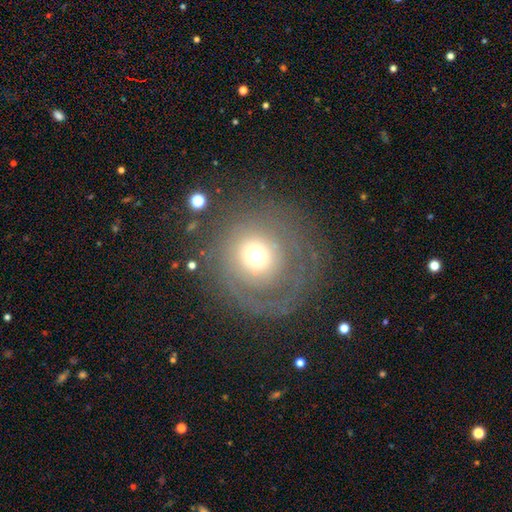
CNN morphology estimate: A featured or disk galaxy (50%). Merging: none (67%).